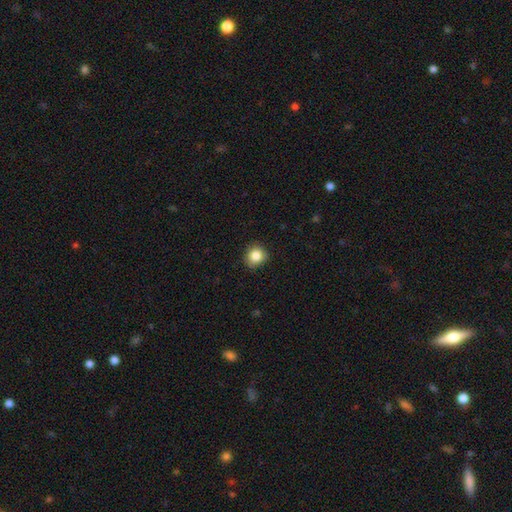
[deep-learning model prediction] Smooth or featured: smooth — 85% (star or artifact — 10%)
How rounded: round — 84% (in between — 15%)
Merging: none — 86% (minor disturbance — 11%)